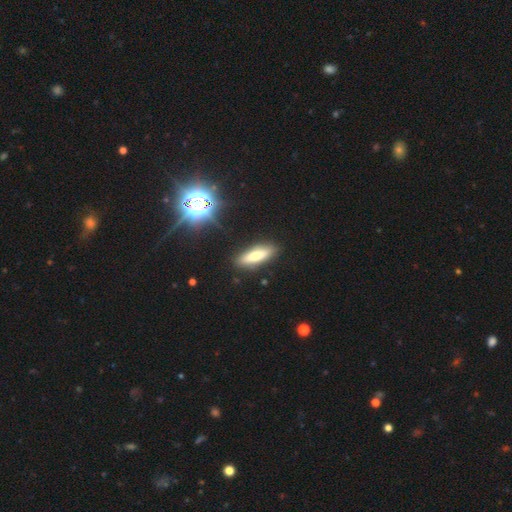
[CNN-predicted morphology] Q: Smooth or featured?
A: smooth (64%); runner-up: featured or disk (27%)
Q: How rounded?
A: cigar-shaped (51%); runner-up: in between (47%)
Q: Merging?
A: none (87%); runner-up: minor disturbance (9%)